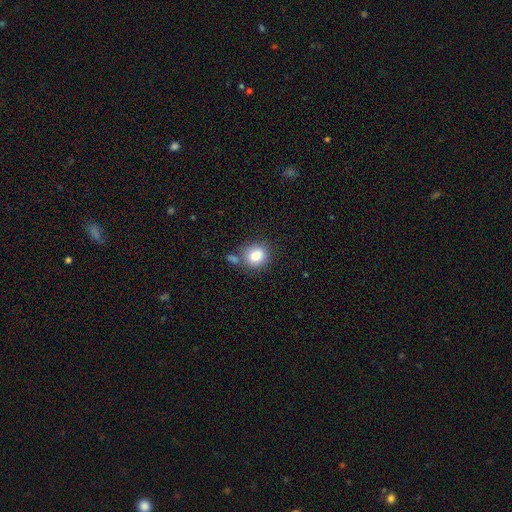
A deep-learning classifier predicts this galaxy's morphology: type=smooth (84%); roundness=round (72%); merging=none (61%).